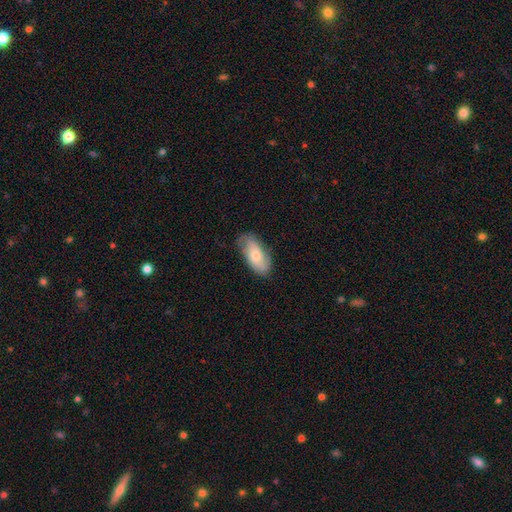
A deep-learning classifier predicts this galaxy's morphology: type=smooth (54%); roundness=in between (90%); merging=none (70%).